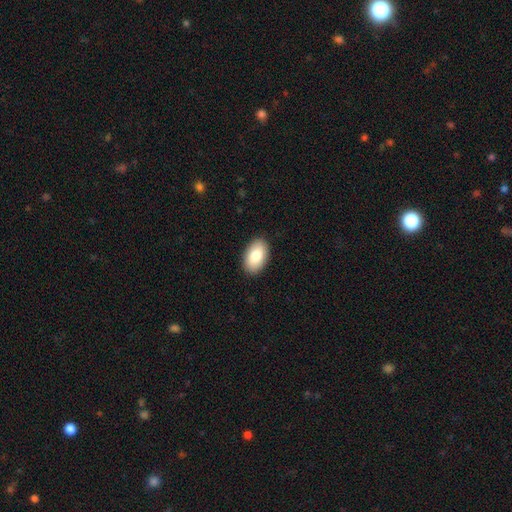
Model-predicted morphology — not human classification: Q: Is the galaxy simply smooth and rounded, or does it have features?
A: smooth — 84%.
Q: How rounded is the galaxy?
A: in between — 94%.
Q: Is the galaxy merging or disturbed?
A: none — 89%.